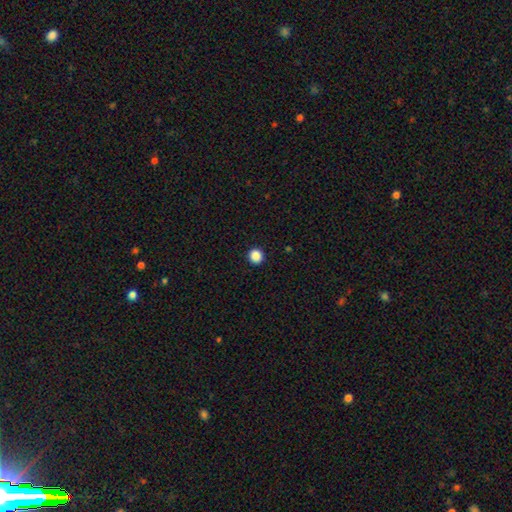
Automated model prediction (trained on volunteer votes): A smooth galaxy with no disk features (88%) that is round (94%).

Vote fractions:
- Smooth or featured? smooth: 88% / star or artifact: 10% / featured or disk: 2%
- How rounded? round: 94% / in between: 6% / cigar-shaped: 1%
- Merging? none: 94% / minor disturbance: 4% / major disturbance: 1% / merger: 1%